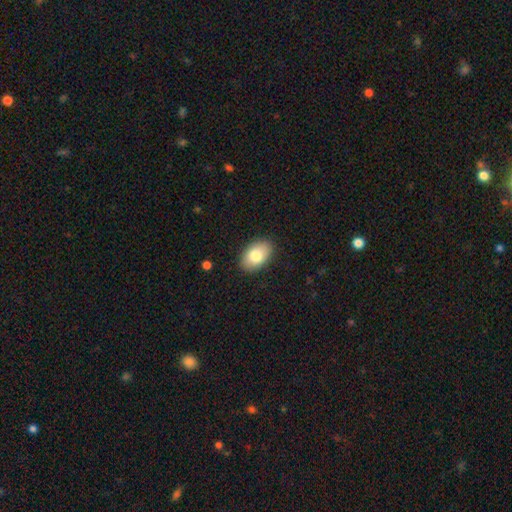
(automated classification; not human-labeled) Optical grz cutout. It shows a smooth galaxy with no disk features (80%) that is in between round and cigar-shaped (90%). Merging: none (88%).